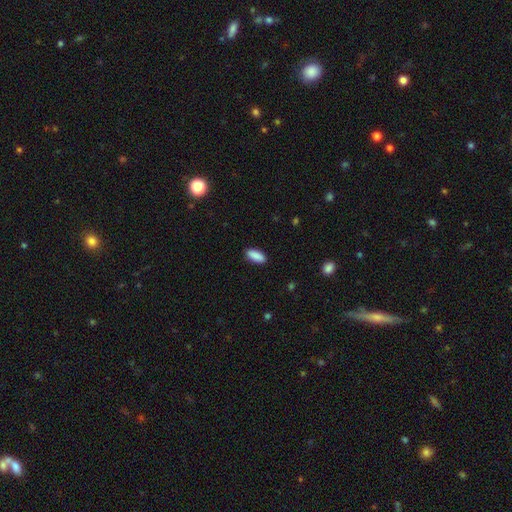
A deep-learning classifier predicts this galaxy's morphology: This appears to be a smooth galaxy with no disk features (90%) that is in between round and cigar-shaped (79%). Merging: none (89%).